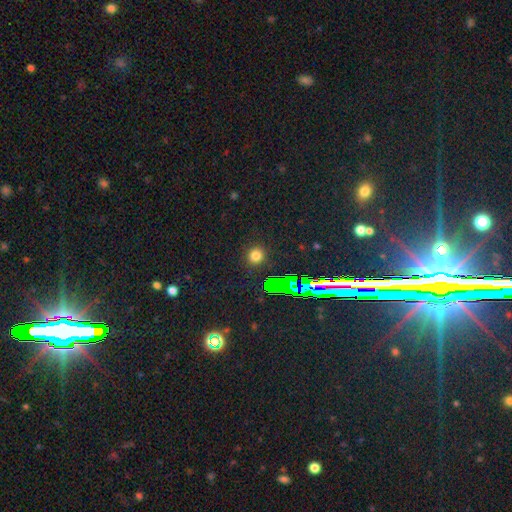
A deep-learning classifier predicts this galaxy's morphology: Smooth or featured: smooth — 73% (star or artifact — 21%)
How rounded: round — 92% (in between — 7%)
Merging: none — 90% (minor disturbance — 6%)